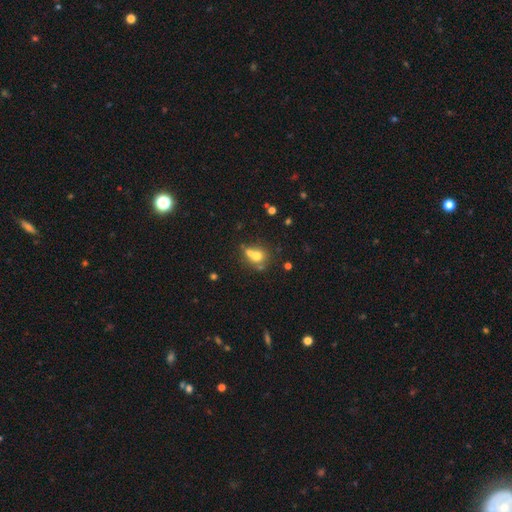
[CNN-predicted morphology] smooth 64%, featured or disk 21%, star or artifact 15%. Down the decision tree: how rounded — round (72%); merging — merger (51%).